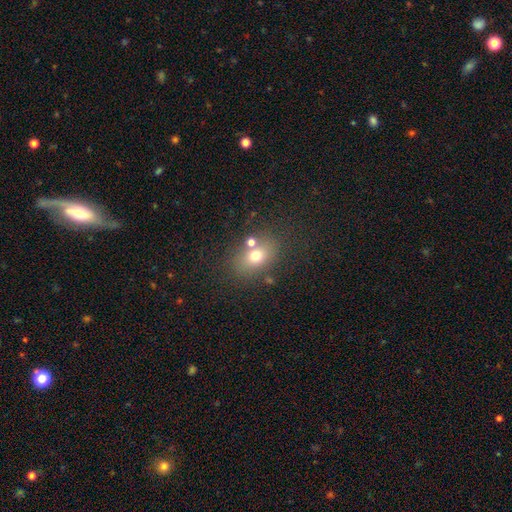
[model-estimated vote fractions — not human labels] Smooth or featured?
  - smooth: 70% *
  - featured or disk: 16%
  - star or artifact: 14%
How rounded?
  - in between: 68% *
  - round: 31%
  - cigar-shaped: 1%
Merging?
  - none: 67% *
  - merger: 15%
  - minor disturbance: 13%
  - major disturbance: 5%